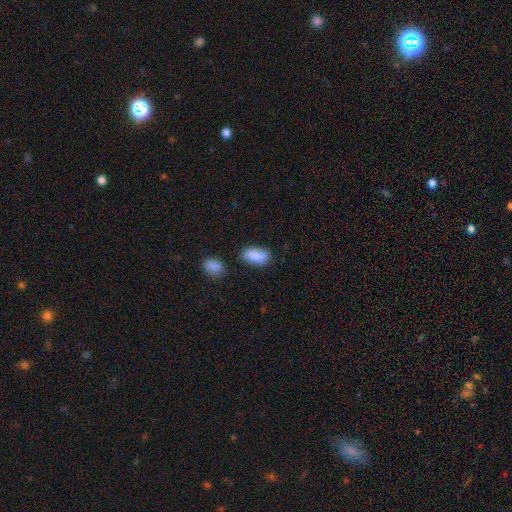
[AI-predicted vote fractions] smooth 88%, star or artifact 7%, featured or disk 5%. Down the decision tree: how rounded — in between (90%); merging — none (73%).